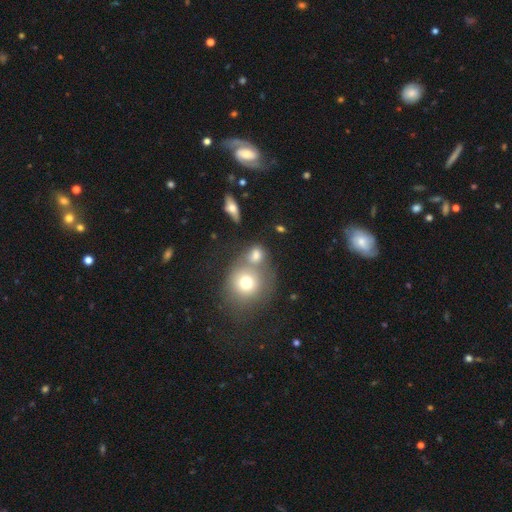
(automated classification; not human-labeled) smooth_or_featured: smooth (p=0.71) [alt: featured or disk p=0.16]
how_rounded: round (p=0.67) [alt: in between p=0.31]
merging: merger (p=0.44) [alt: none p=0.39]